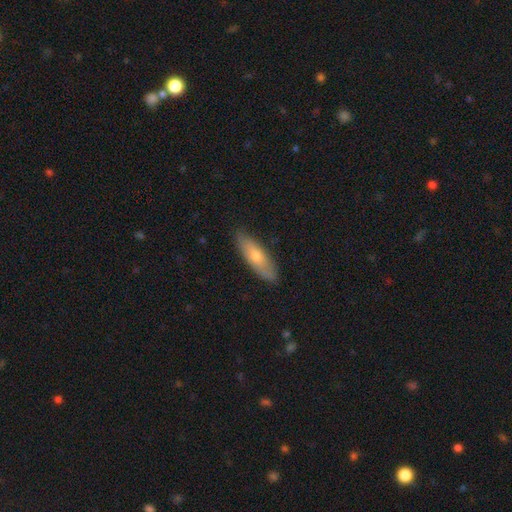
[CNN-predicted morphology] Smooth or featured?
  - smooth: 63% *
  - featured or disk: 31%
  - star or artifact: 6%
How rounded?
  - in between: 53% *
  - cigar-shaped: 45%
  - round: 2%
Merging?
  - none: 84% *
  - minor disturbance: 13%
  - major disturbance: 2%
  - merger: 1%